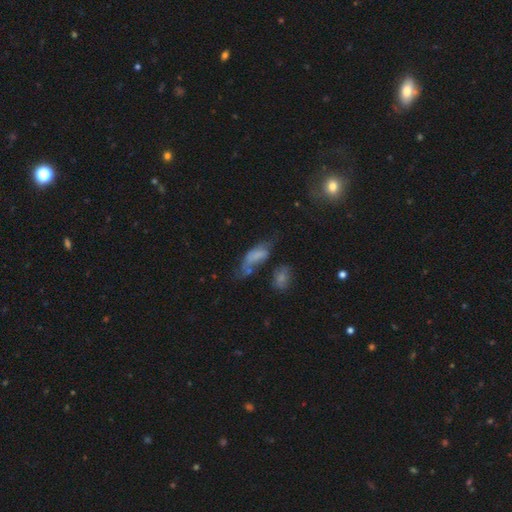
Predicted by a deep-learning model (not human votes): smooth-or-featured: smooth: 59% | featured or disk: 30% | star or artifact: 12%
  how-rounded: in between: 75% | cigar-shaped: 21% | round: 4%
  merging: none: 29% | major disturbance: 26% | minor disturbance: 26% | merger: 19%